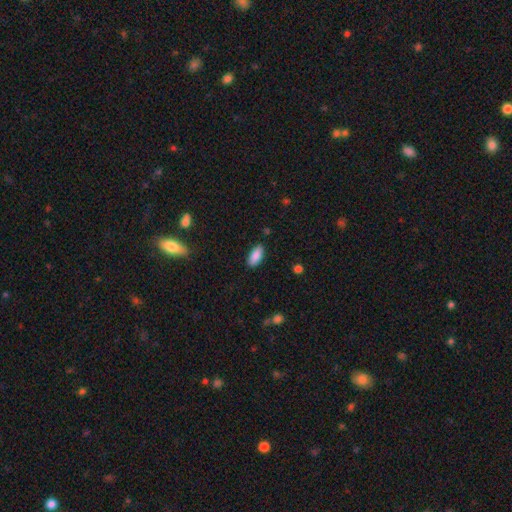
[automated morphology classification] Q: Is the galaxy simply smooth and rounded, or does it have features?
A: smooth — 88%.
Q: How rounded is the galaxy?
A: in between — 89%.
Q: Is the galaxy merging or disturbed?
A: none — 87%.